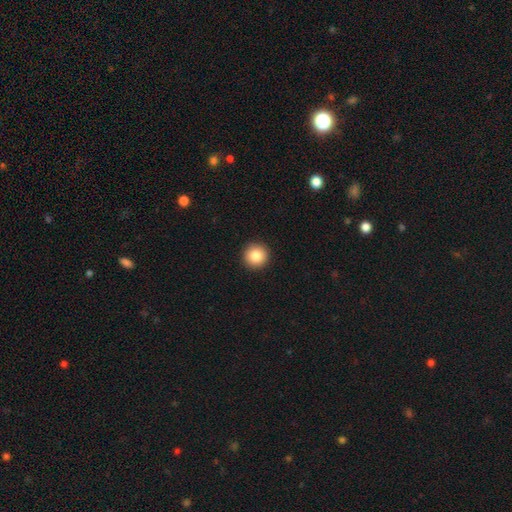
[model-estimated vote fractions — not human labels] This is clearly a smooth galaxy (84%). How rounded: clearly round (95%). Merging: clearly none (93%).